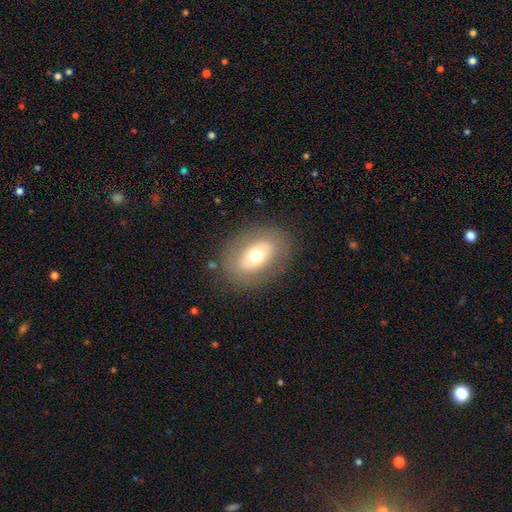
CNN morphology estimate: Smooth or featured: smooth — 57% (featured or disk — 34%)
How rounded: in between — 75% (round — 24%)
Merging: none — 82% (minor disturbance — 11%)